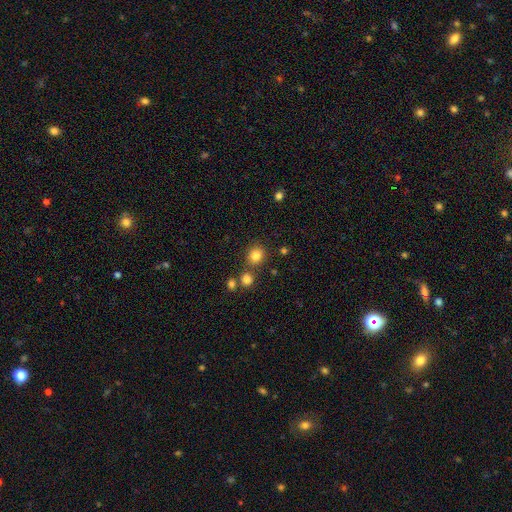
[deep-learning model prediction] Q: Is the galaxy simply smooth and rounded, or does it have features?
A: smooth — 82%.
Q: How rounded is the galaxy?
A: round — 82%.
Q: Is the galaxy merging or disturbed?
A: none — 78%.